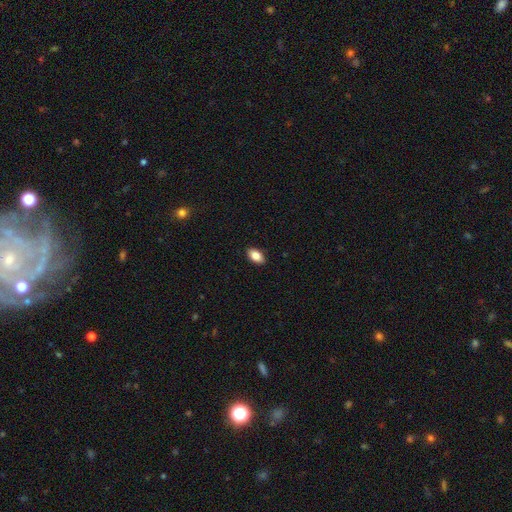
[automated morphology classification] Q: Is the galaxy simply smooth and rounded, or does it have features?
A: smooth — 86%.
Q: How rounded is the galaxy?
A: in between — 92%.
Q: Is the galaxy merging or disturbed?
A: none — 90%.